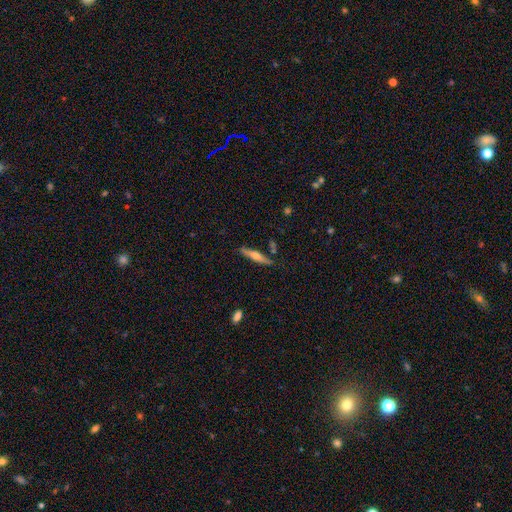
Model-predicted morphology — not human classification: Smooth or featured?
  - featured or disk: 48% *
  - smooth: 46%
  - star or artifact: 6%
Merging?
  - none: 82% *
  - minor disturbance: 12%
  - merger: 4%
  - major disturbance: 2%